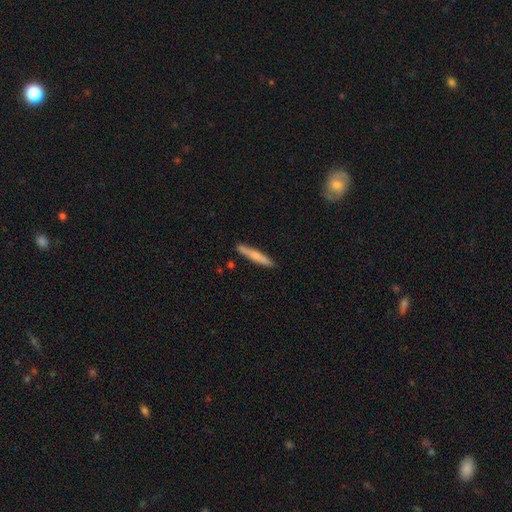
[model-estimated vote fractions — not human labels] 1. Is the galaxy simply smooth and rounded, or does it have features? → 69% smooth, 26% featured or disk, 5% star or artifact.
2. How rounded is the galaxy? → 95% cigar-shaped, 4% in between, 1% round.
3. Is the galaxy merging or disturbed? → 87% none, 9% minor disturbance, 2% merger, 2% major disturbance.